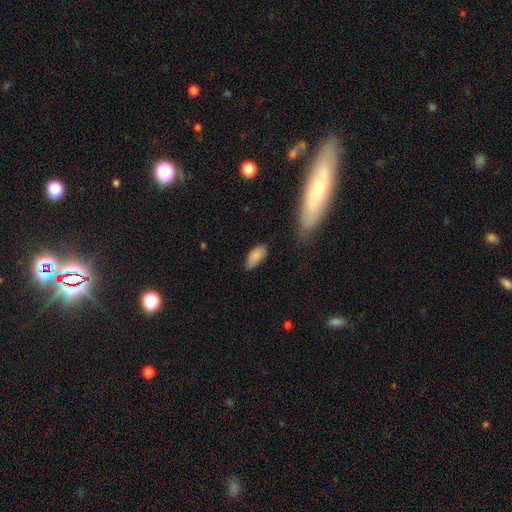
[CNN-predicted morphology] This is clearly a smooth galaxy (86%). How rounded: clearly in between (92%). Merging: likely none (70%).